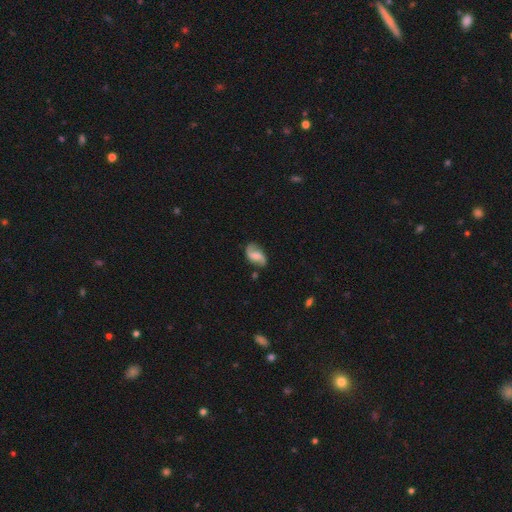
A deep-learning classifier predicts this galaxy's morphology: featured or disk 71%, smooth 22%, star or artifact 7%. Down the decision tree: edge-on disk — no (97%); bar — weak (44%, tied with no); spiral arms — yes (94%); spiral arm count — 2 (90%); spiral winding — loose (65%); bulge size — moderate (38%); merging — none (72%).